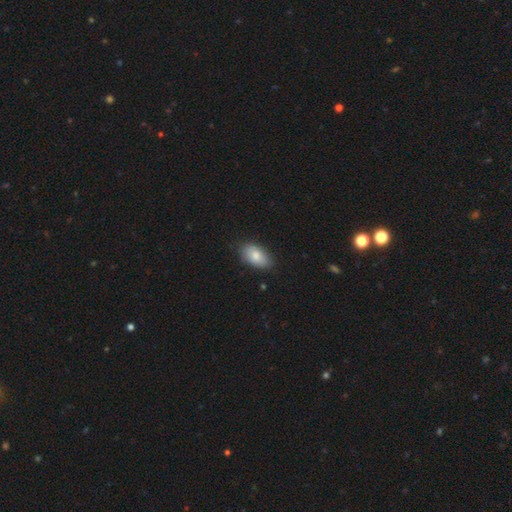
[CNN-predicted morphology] Smooth or featured? smooth (83%)
How rounded? in between (93%)
Merging? none (79%)